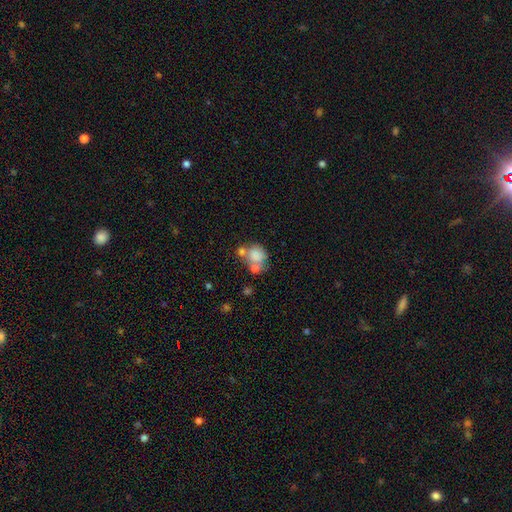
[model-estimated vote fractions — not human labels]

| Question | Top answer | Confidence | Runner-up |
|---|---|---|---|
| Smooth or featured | smooth | 68% | featured or disk (21%) |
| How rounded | round | 63% | in between (36%) |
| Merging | merger | 46% | none (31%) |